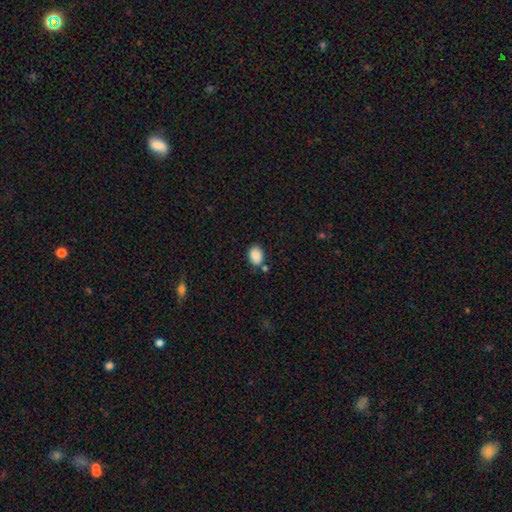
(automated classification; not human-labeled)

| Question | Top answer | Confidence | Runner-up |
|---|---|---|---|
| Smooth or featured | smooth | 88% | star or artifact (8%) |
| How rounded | in between | 70% | round (29%) |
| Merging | none | 72% | minor disturbance (15%) |